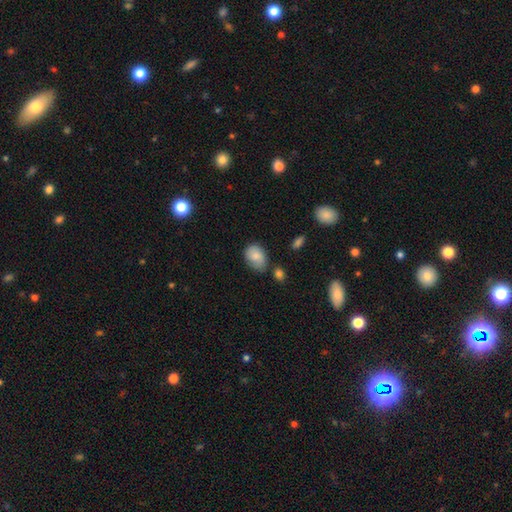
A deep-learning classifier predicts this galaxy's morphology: smooth_or_featured: smooth (p=0.81) [alt: featured or disk p=0.11]
how_rounded: in between (p=0.73) [alt: round p=0.26]
merging: none (p=0.60) [alt: minor disturbance p=0.29]